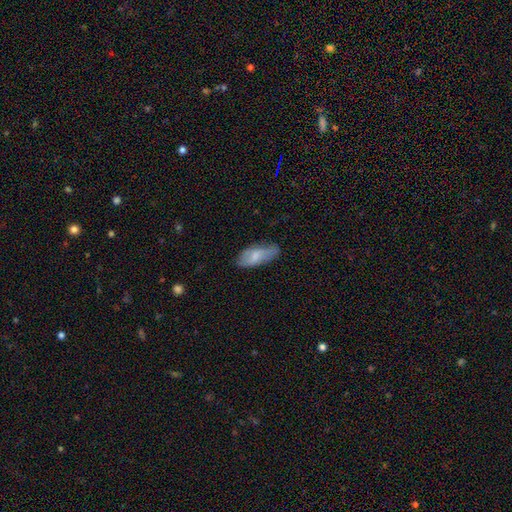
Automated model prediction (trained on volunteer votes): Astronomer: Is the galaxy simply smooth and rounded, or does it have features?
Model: smooth — 67%.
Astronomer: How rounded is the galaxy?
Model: in between — 82%.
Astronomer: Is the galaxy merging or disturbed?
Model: none — 65%.